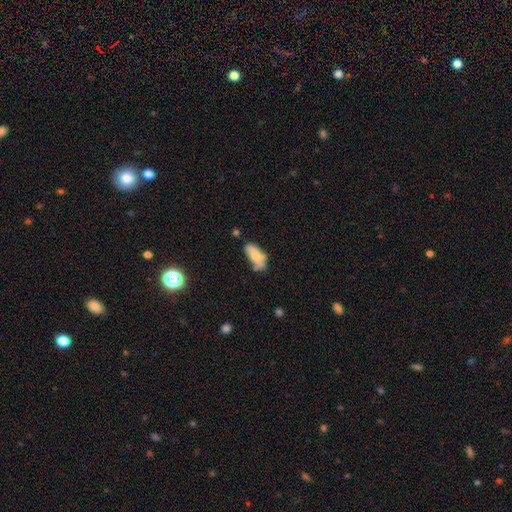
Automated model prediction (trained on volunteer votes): Overall: smooth (67%). How rounded: in between (86%). Merging: none (41%; minor disturbance 34%).